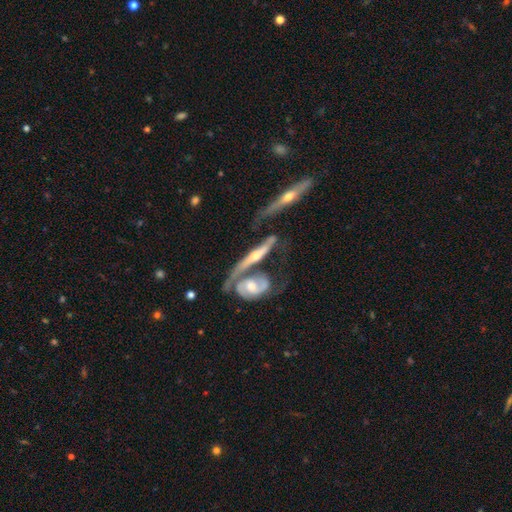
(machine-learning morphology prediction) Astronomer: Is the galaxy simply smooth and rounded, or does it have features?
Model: featured or disk — 80%.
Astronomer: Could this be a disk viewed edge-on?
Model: yes — 61% (runner-up: no, 39%).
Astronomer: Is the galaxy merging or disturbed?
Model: merger — 42% (runner-up: none, 35%).